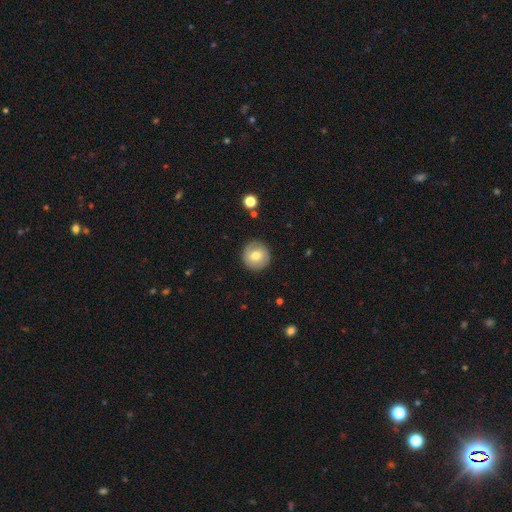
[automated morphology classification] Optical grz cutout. It shows a smooth galaxy with no disk features (72%) that is round (95%). Merging: none (89%).